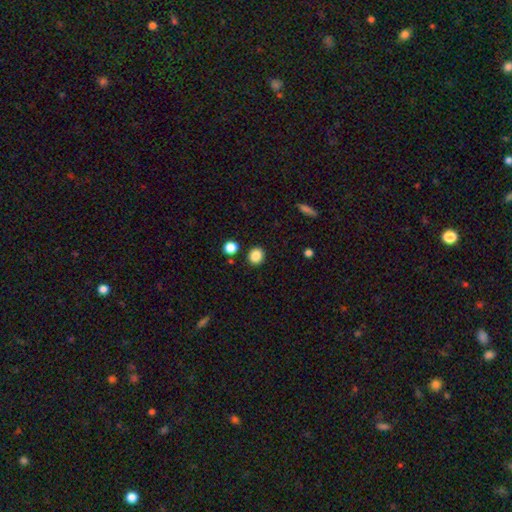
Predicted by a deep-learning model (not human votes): A smooth galaxy with no disk features (86%) that is round (83%). Merging: none (88%).